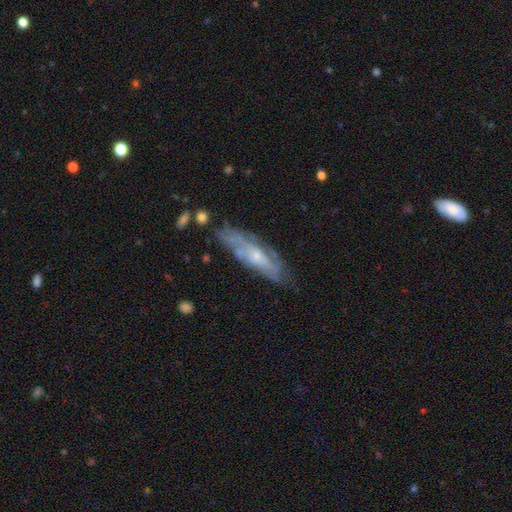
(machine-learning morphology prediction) This is likely a featured or disk galaxy (67%). It is likely not viewed edge-on (68%). Merging: likely none (68%).